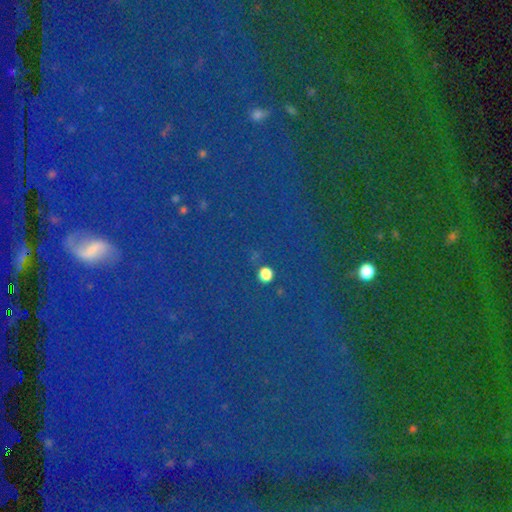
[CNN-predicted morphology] Overall: star or artifact (82%).